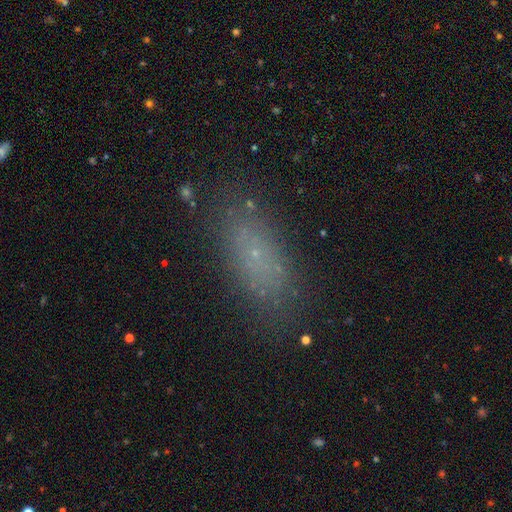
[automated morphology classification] This appears to be a smooth galaxy with no disk features (66%) that is in between round and cigar-shaped (74%). Merging: none (81%).